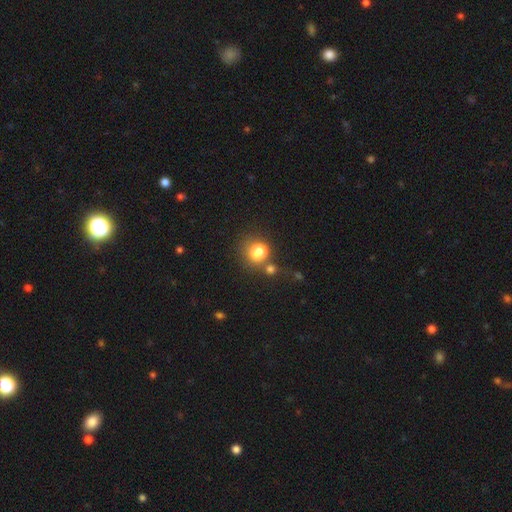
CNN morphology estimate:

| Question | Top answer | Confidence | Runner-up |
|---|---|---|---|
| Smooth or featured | smooth | 74% | star or artifact (18%) |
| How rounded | round | 76% | in between (23%) |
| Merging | none | 64% | merger (18%) |